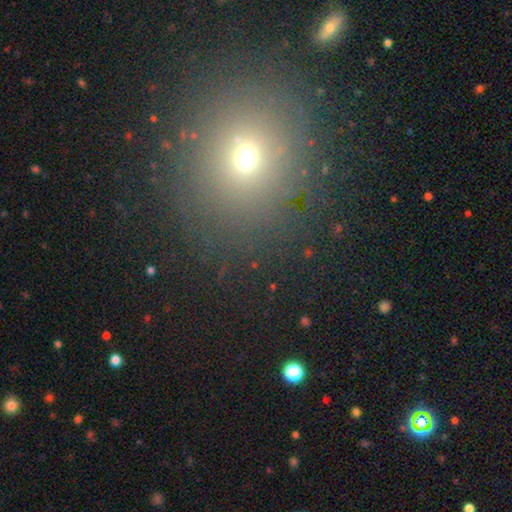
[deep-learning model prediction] Q: Smooth or featured?
A: smooth (56%); runner-up: star or artifact (35%)
Q: How rounded?
A: round (85%); runner-up: in between (13%)
Q: Merging?
A: none (88%); runner-up: minor disturbance (6%)